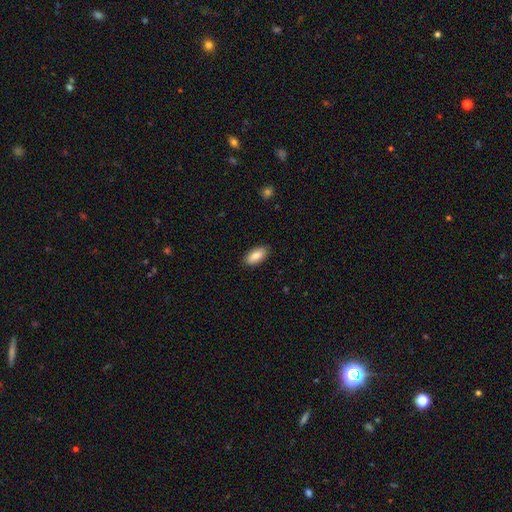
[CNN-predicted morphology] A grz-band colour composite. It shows a smooth galaxy with no disk features (84%) that is in between round and cigar-shaped (90%). Merging: none (89%).